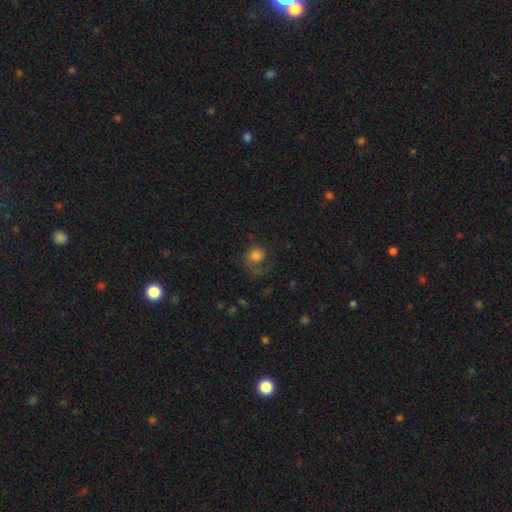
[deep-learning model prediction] Smooth or featured? smooth (63%)
How rounded? round (77%)
Merging? major disturbance (39%, tied with none)